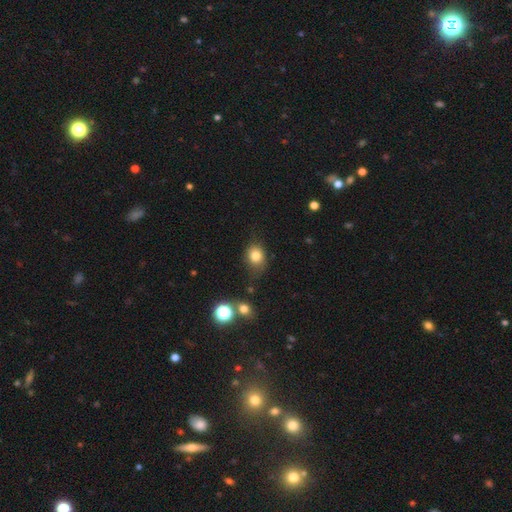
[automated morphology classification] Q: Smooth or featured?
A: smooth (80%); runner-up: star or artifact (11%)
Q: How rounded?
A: round (54%); runner-up: in between (45%)
Q: Merging?
A: none (62%); runner-up: minor disturbance (26%)